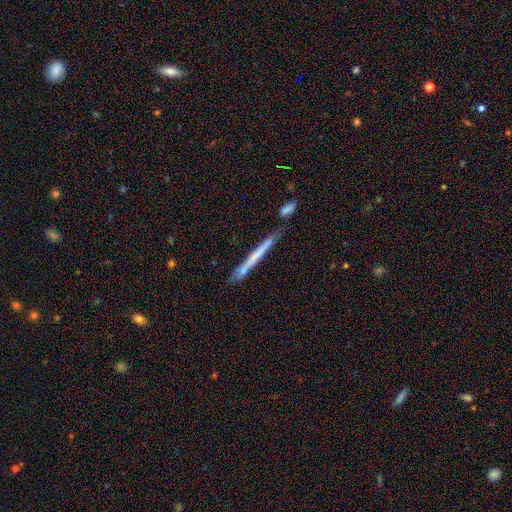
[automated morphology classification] This is possibly a smooth galaxy (53%). How rounded: clearly cigar-shaped (96%). Merging: likely none (69%).